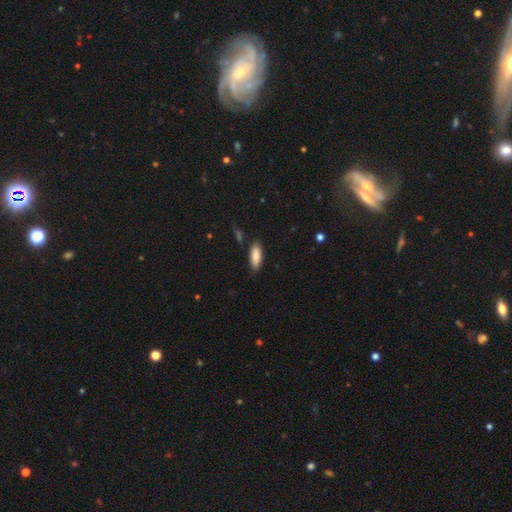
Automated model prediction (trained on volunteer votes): This appears to be a smooth galaxy with no disk features (87%) that is in between round and cigar-shaped (67%). Merging: none (84%).